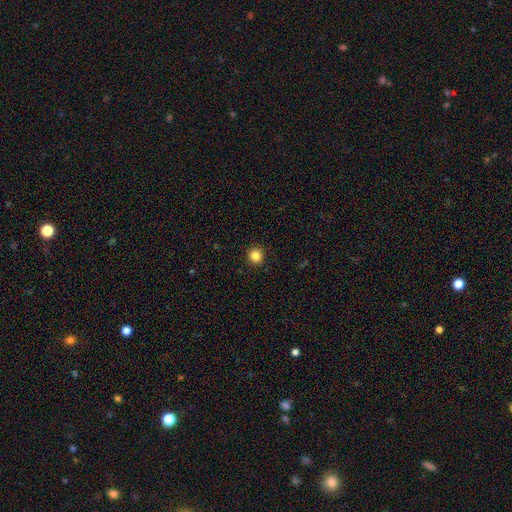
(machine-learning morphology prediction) type=smooth (85%); roundness=round (94%); merging=none (93%).